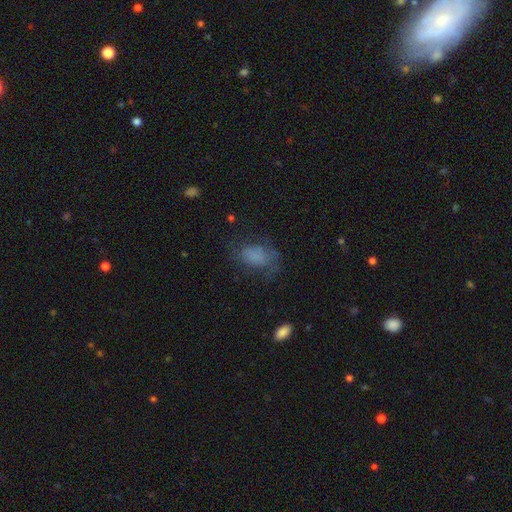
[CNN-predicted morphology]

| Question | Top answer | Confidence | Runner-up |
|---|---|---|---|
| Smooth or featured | smooth | 65% | featured or disk (23%) |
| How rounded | in between | 84% | round (14%) |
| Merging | none | 48% | major disturbance (25%) |